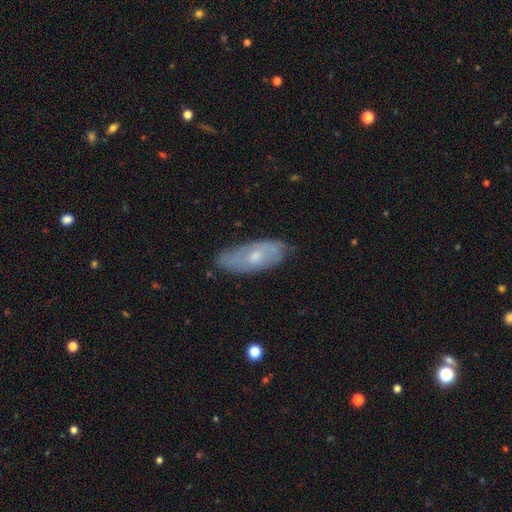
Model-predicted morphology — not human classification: smooth_or_featured: featured or disk (p=0.52) [alt: smooth p=0.41]
disk_edge_on: no (p=0.82) [alt: yes p=0.18]
merging: none (p=0.74) [alt: minor disturbance p=0.20]